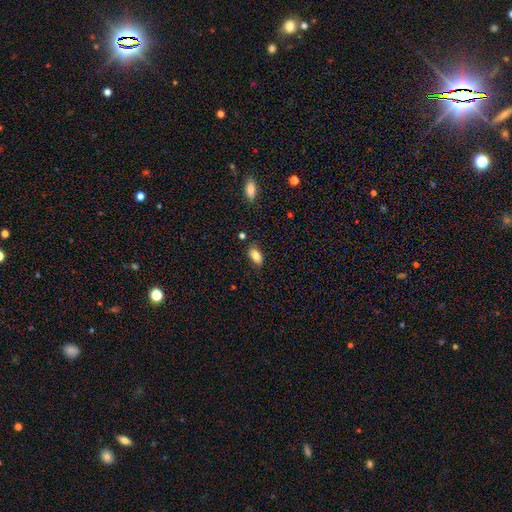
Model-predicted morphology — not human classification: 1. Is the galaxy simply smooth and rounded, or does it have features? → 82% smooth, 9% featured or disk, 8% star or artifact.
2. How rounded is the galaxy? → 90% in between, 6% round, 4% cigar-shaped.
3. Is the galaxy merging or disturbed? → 81% none, 14% minor disturbance, 3% merger, 3% major disturbance.